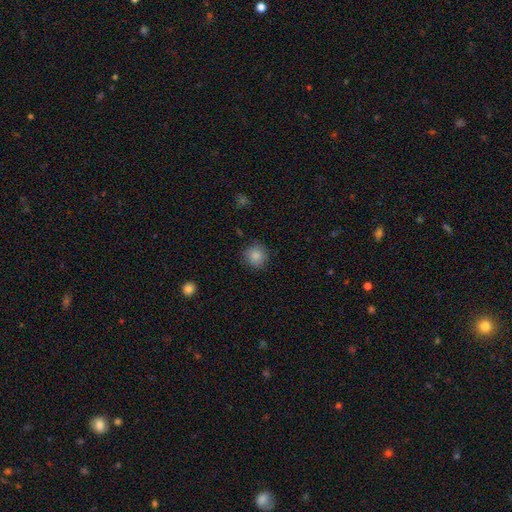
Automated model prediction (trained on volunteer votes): A smooth galaxy with no disk features (85%) that is round (91%). Merging: none (86%).